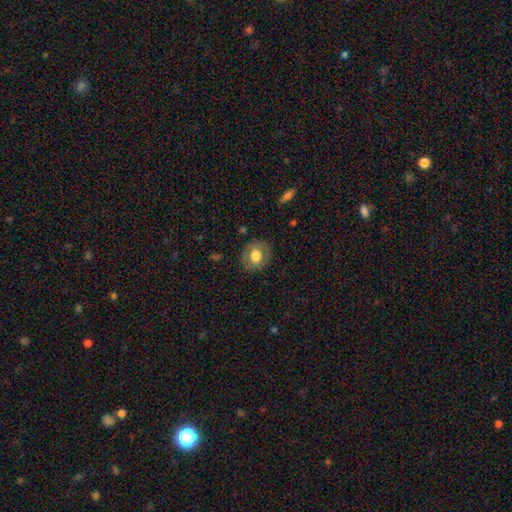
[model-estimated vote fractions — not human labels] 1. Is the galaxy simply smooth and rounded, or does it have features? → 66% smooth, 26% featured or disk, 8% star or artifact.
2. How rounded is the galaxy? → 68% round, 31% in between, 1% cigar-shaped.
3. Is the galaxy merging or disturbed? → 83% none, 11% minor disturbance, 4% major disturbance, 1% merger.